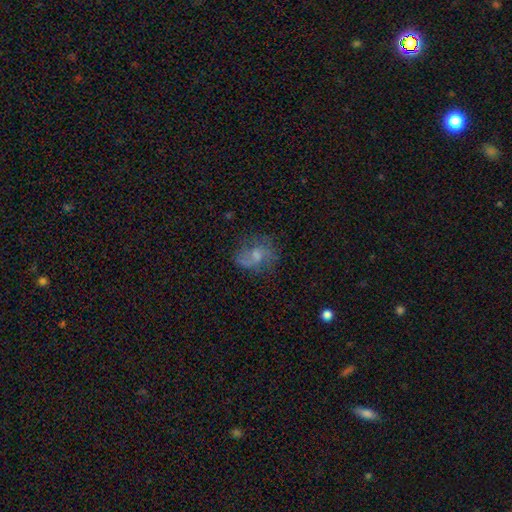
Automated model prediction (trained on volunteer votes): Morphology: type=featured or disk (52%); edge-on=no (97%); bar=no (62%); spiral arms=yes (66%); bulge=small (36%); merging=none (51%).